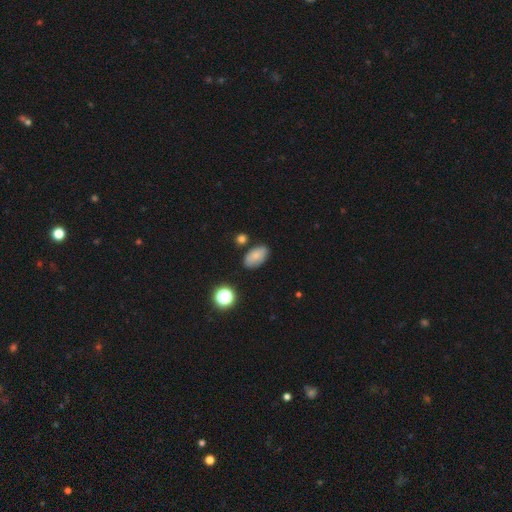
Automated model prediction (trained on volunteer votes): The model was most divided on "merging": none: 79%, minor disturbance: 14%, merger: 4%, major disturbance: 3%. More confident: how rounded — in between (91%); smooth or featured — smooth (78%).